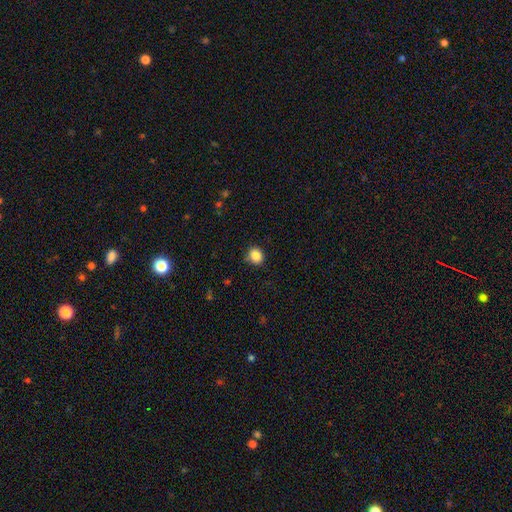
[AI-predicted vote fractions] A smooth galaxy with no disk features (86%) that is round (79%). Merging: none (85%).